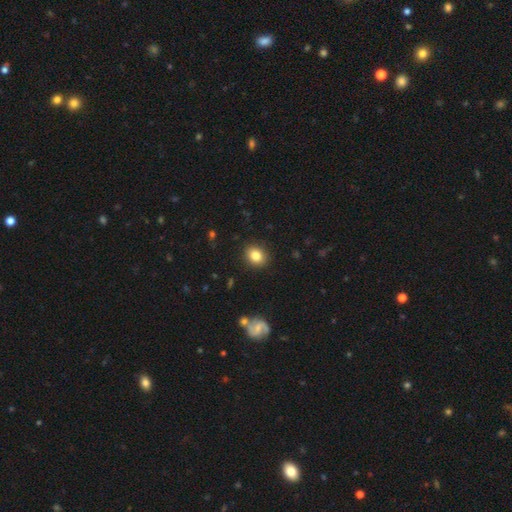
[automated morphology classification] This appears to be a smooth galaxy with no disk features (83%) that is round (62%). Merging: none (89%).